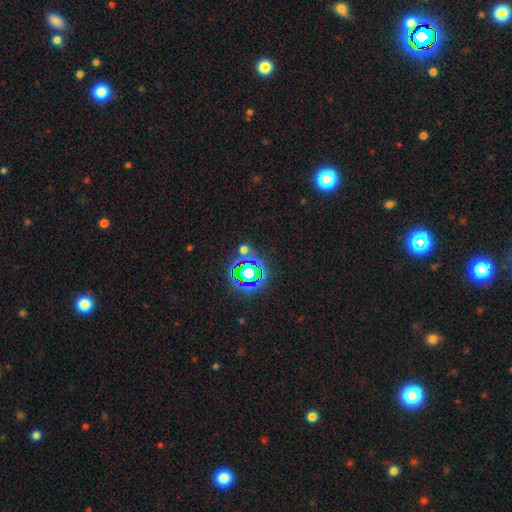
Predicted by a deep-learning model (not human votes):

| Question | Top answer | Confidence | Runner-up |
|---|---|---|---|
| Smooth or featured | star or artifact | 76% | smooth (16%) |